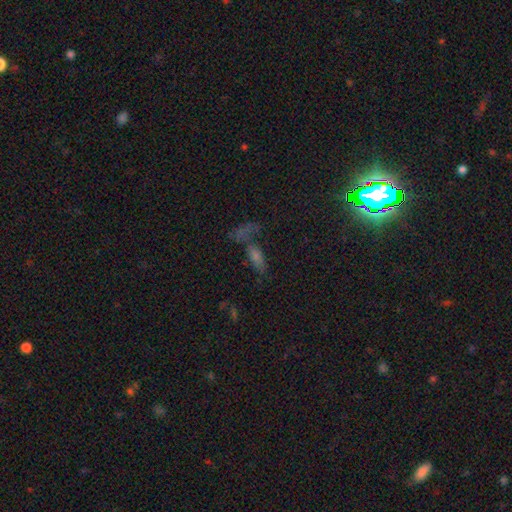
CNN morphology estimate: smooth-or-featured: smooth: 46% | star or artifact: 34% | featured or disk: 20%
  merging: none: 45% | merger: 31% | minor disturbance: 13% | major disturbance: 11%